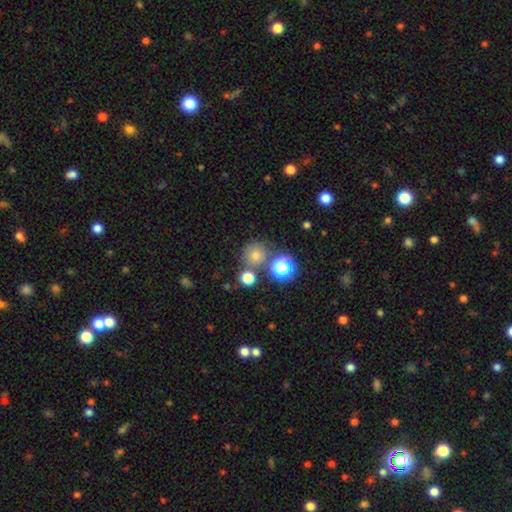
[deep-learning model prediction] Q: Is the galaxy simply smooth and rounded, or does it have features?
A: smooth — 66%.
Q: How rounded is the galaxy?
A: round — 92%.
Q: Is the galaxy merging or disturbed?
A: none — 74%.